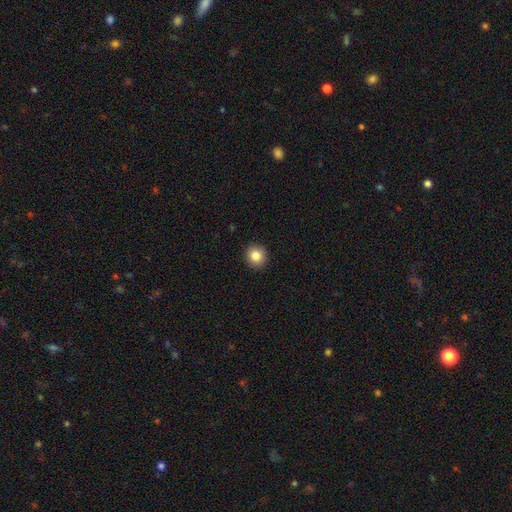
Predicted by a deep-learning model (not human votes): Overall: smooth (85%). How rounded: round (93%). Merging: none (93%).